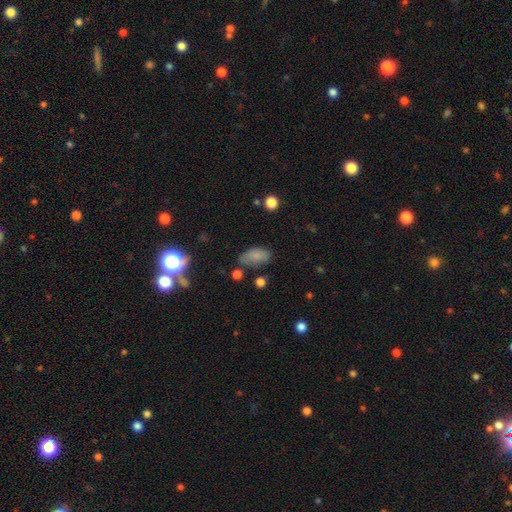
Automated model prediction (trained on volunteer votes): A smooth galaxy with no disk features (78%) that is in between round and cigar-shaped (91%). Merging: none (63%).